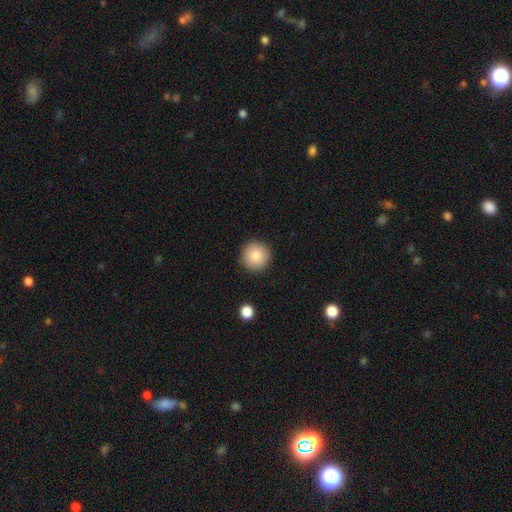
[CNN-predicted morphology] A smooth galaxy with no disk features (84%) that is round (96%). Merging: none (91%).